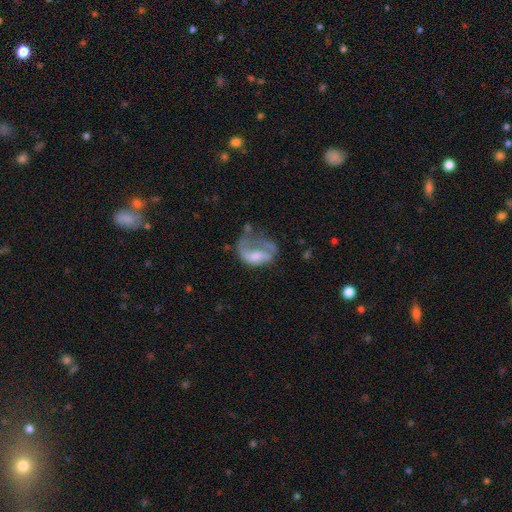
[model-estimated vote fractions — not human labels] This is possibly a featured or disk galaxy (55%). It is clearly not viewed edge-on (97%). Bar: possibly no (59%). Spiral arm pattern: possibly yes (54%). Central bulge: marginally moderate (33%). Merging: possibly major disturbance (52%).